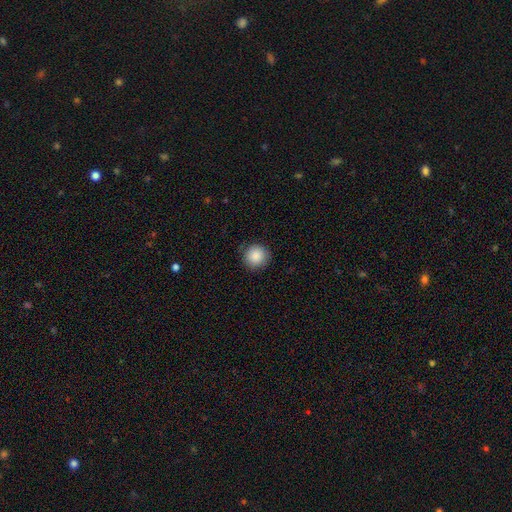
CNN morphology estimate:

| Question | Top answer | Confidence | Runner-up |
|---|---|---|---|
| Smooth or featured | smooth | 88% | star or artifact (8%) |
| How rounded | round | 95% | in between (5%) |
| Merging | none | 88% | minor disturbance (9%) |